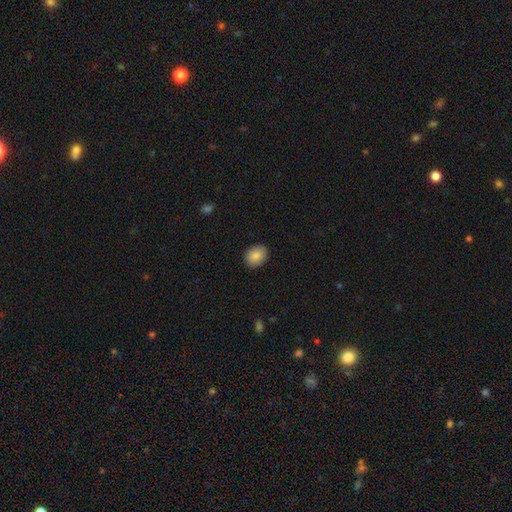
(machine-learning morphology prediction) type=smooth (87%); roundness=in between (57%); merging=none (88%).